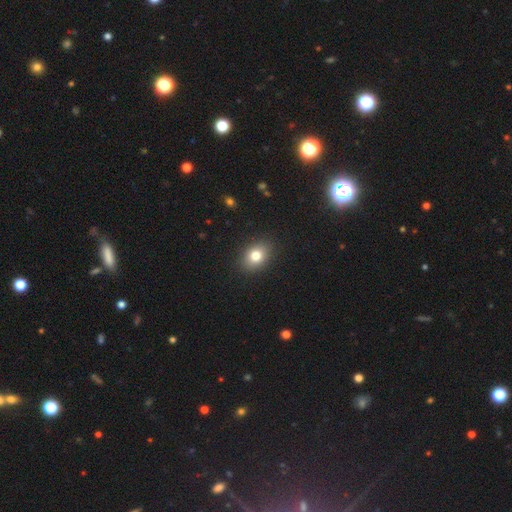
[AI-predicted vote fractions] This appears to be a smooth galaxy with no disk features (79%) that is in between round and cigar-shaped (69%). Merging: none (88%).